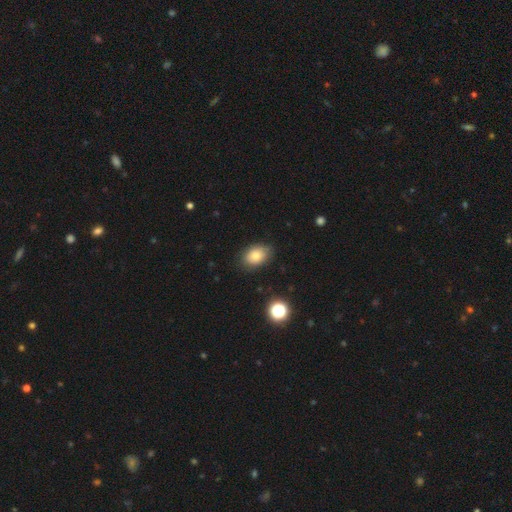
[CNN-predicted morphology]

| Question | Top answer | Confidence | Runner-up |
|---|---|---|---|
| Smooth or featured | smooth | 78% | featured or disk (12%) |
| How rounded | in between | 80% | round (19%) |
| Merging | none | 81% | minor disturbance (14%) |